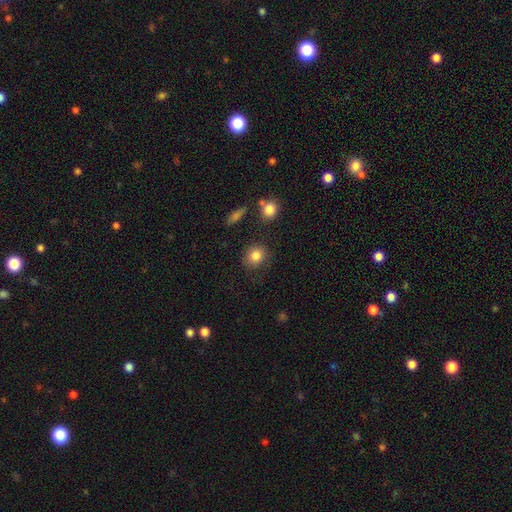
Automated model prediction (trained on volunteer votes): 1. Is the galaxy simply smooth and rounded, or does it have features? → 84% smooth, 10% star or artifact, 7% featured or disk.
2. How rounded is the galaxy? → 78% round, 21% in between, 1% cigar-shaped.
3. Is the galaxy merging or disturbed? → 81% none, 12% minor disturbance, 4% major disturbance, 3% merger.